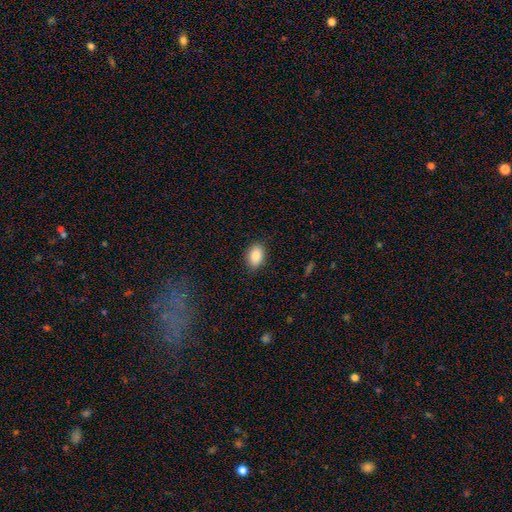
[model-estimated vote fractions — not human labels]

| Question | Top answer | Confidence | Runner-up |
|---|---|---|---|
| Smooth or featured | smooth | 87% | star or artifact (8%) |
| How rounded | in between | 81% | round (18%) |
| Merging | none | 86% | minor disturbance (10%) |